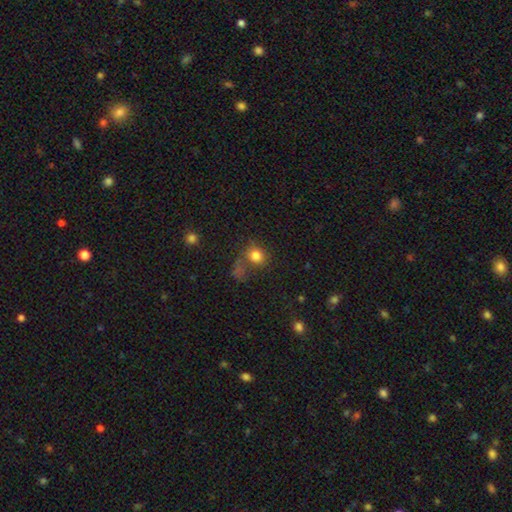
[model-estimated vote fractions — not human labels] Overall: smooth (79%). How rounded: round (73%). Merging: none (52%; minor disturbance 17%).